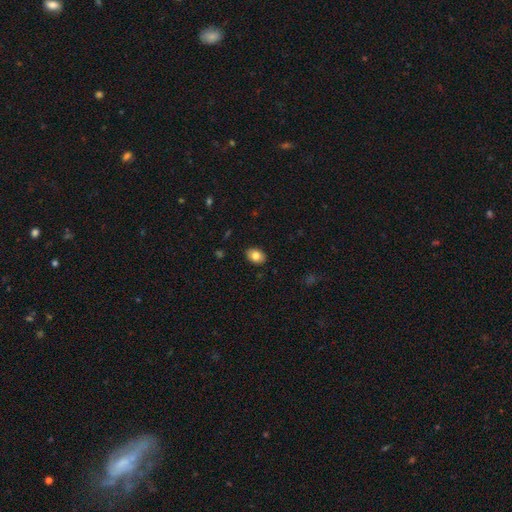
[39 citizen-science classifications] Volunteers were most divided on "how rounded": in between: 82%, round: 15%, cigar-shaped: 3%. More confident: merging — none (94%); smooth or featured — smooth (87%).